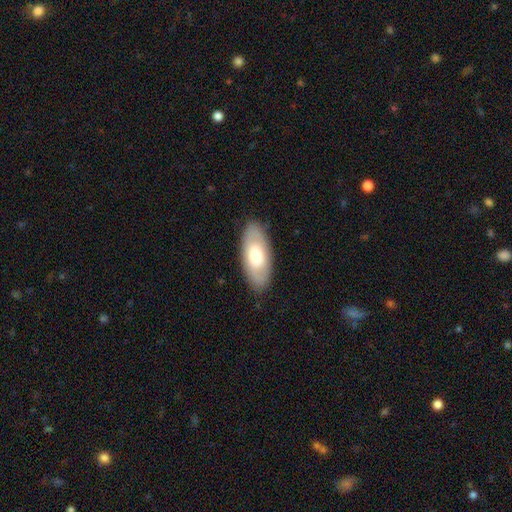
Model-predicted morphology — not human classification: Overall: smooth (61%; featured or disk 34%). How rounded: in between (89%). Merging: none (86%).